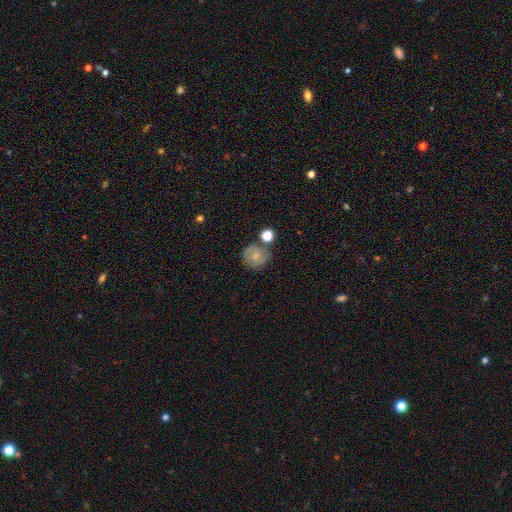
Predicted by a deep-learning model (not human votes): Morphology: type=smooth (48%); merging=none (69%).